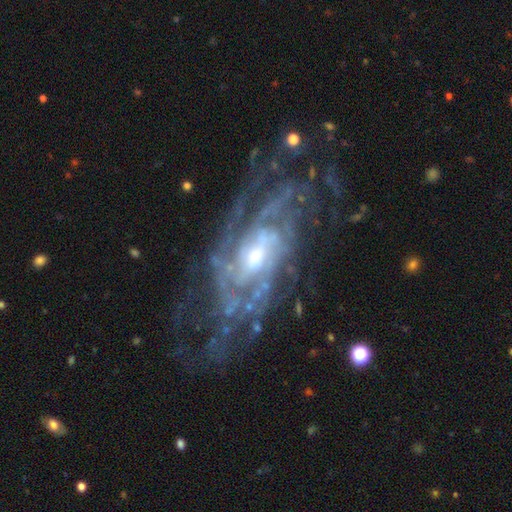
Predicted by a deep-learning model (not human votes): smooth-or-featured: featured or disk: 90% | star or artifact: 6% | smooth: 4%
  disk-edge-on: no: 94% | yes: 6%
    bar: no: 50% | weak: 37% | strong: 13%
    has-spiral-arms: yes: 96% | no: 4%
      spiral-winding: tight: 61% | medium: 31% | loose: 8%
      spiral-arm-count: can't tell: 37% | 4: 16% | 2: 16% | 3: 15% | more than 4: 10% | 1: 7%
    bulge-size: moderate: 48% | small: 44% | large: 5% | none: 2% | dominant: 1%
  merging: none: 67% | minor disturbance: 18% | major disturbance: 13% | merger: 2%